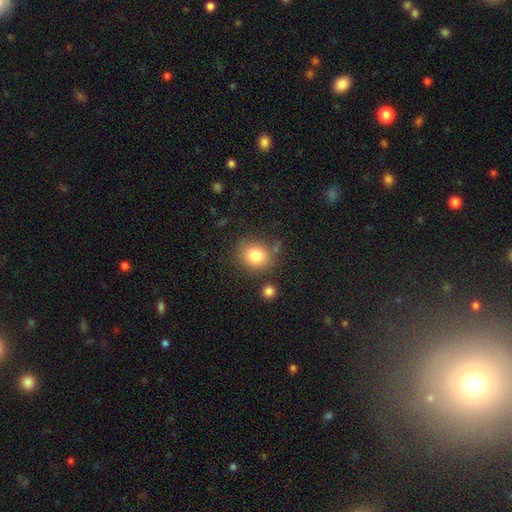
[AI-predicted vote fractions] Smooth or featured: smooth — 81% (star or artifact — 10%)
How rounded: round — 73% (in between — 26%)
Merging: none — 74% (minor disturbance — 14%)